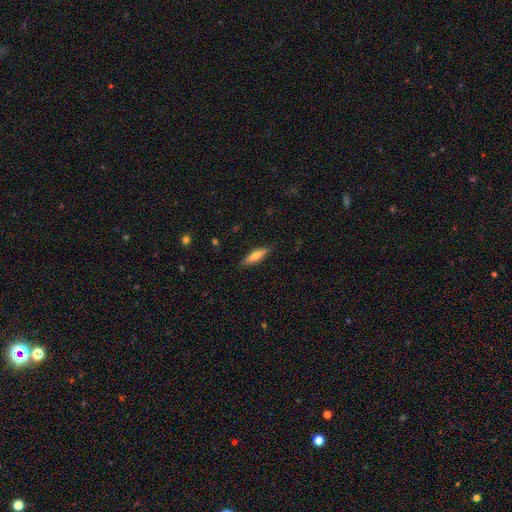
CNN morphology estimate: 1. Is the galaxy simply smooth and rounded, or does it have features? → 67% smooth, 27% featured or disk, 6% star or artifact.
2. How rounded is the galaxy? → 70% cigar-shaped, 29% in between, 2% round.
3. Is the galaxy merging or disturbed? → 88% none, 9% minor disturbance, 2% major disturbance, 1% merger.